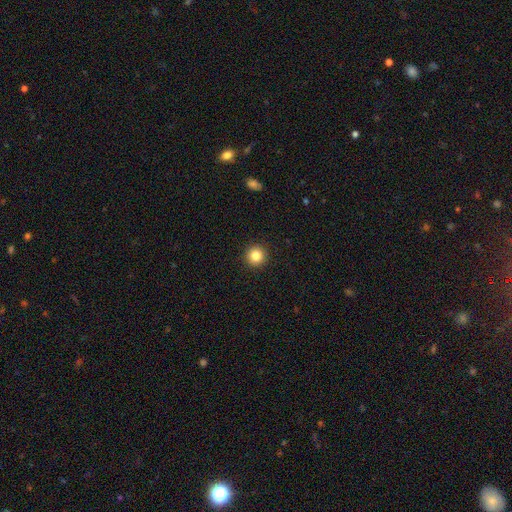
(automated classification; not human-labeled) This is clearly a smooth galaxy (84%). How rounded: clearly round (95%). Merging: clearly none (93%).